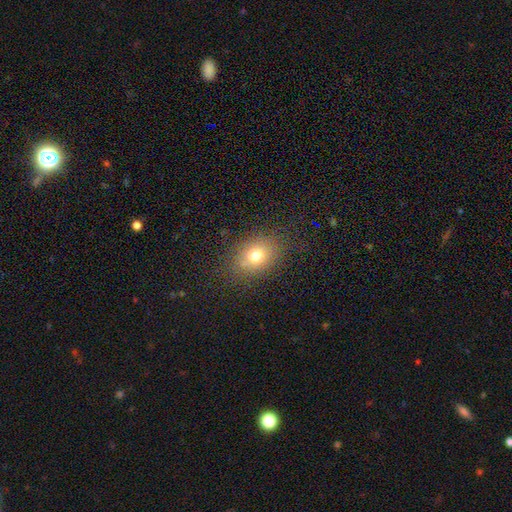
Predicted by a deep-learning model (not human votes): smooth-or-featured: smooth: 74% | star or artifact: 13% | featured or disk: 12%
  how-rounded: in between: 64% | round: 35% | cigar-shaped: 2%
  merging: none: 79% | minor disturbance: 14% | major disturbance: 6% | merger: 1%